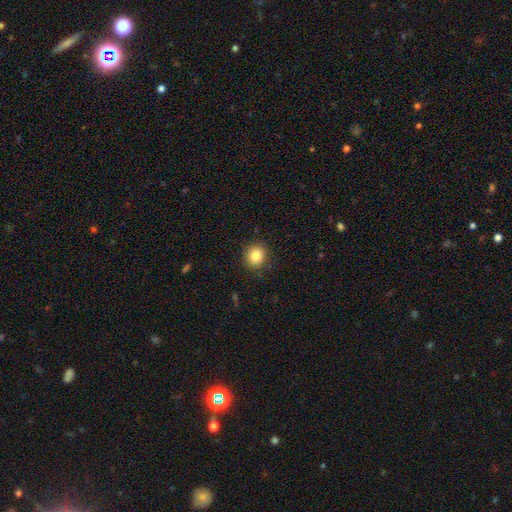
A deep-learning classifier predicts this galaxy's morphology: Overall: smooth (85%). How rounded: round (84%). Merging: none (90%).